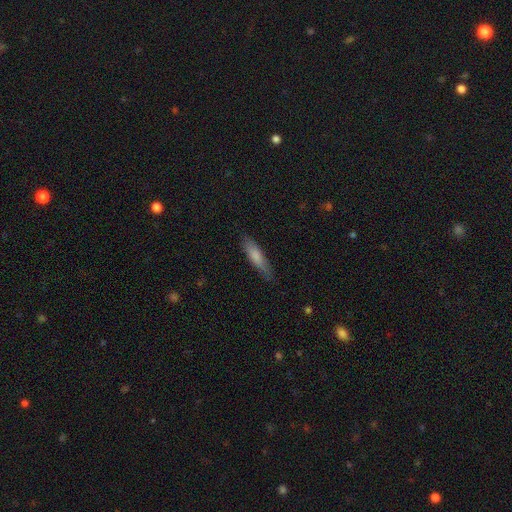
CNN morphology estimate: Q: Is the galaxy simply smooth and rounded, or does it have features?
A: smooth — 78%.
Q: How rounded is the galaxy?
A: cigar-shaped — 74%.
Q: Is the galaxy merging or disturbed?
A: none — 79%.